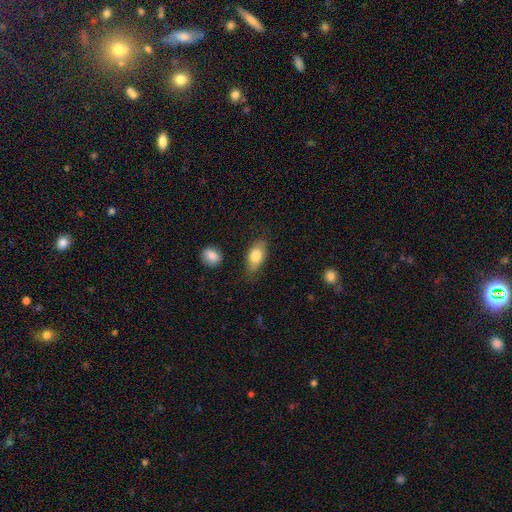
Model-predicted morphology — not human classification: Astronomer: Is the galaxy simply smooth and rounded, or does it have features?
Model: smooth — 79%.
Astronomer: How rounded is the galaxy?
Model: in between — 88%.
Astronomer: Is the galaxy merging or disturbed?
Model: none — 73%.